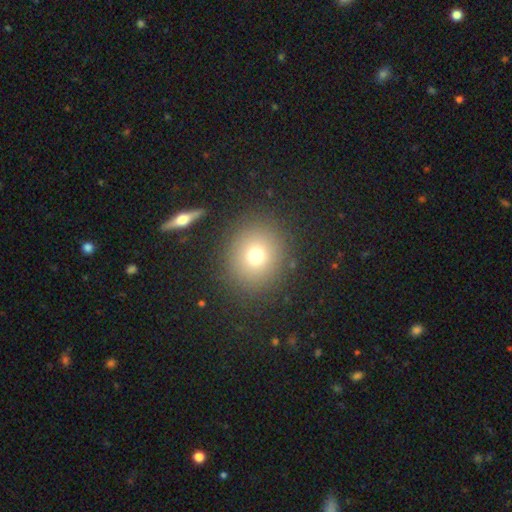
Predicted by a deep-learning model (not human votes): Morphology: type=smooth (73%); roundness=round (82%); merging=none (86%).